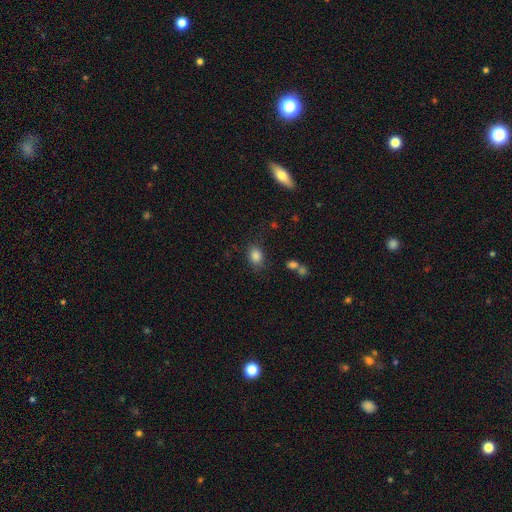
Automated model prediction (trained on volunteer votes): Smooth or featured? smooth (85%)
How rounded? in between (71%)
Merging? none (79%)